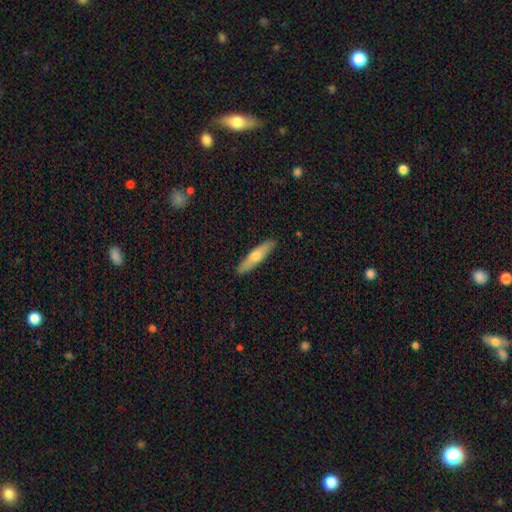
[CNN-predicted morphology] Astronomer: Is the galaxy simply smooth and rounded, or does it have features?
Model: smooth — 59% (runner-up: featured or disk, 35%).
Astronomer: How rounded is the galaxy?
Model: cigar-shaped — 81%.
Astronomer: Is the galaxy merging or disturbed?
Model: none — 90%.